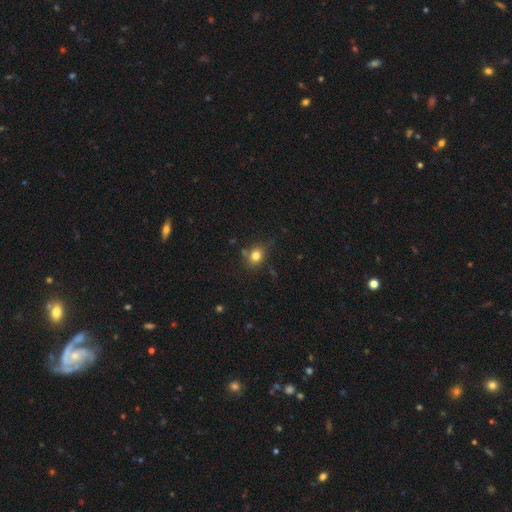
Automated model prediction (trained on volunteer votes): Overall: smooth (80%). How rounded: round (63%; in between 36%). Merging: none (71%).